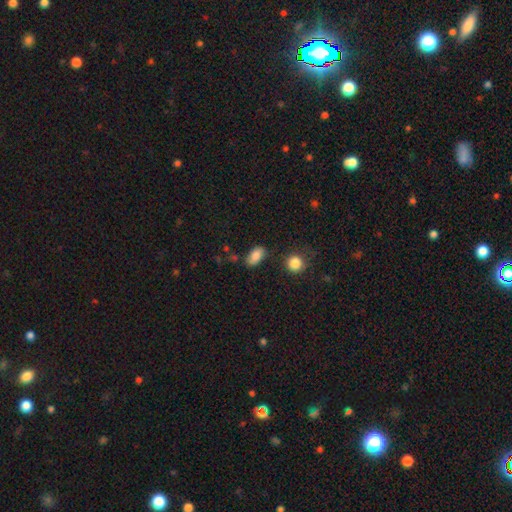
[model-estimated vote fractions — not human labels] smooth_or_featured: smooth (p=0.82) [alt: featured or disk p=0.09]
how_rounded: in between (p=0.89) [alt: round p=0.07]
merging: none (p=0.74) [alt: minor disturbance p=0.17]